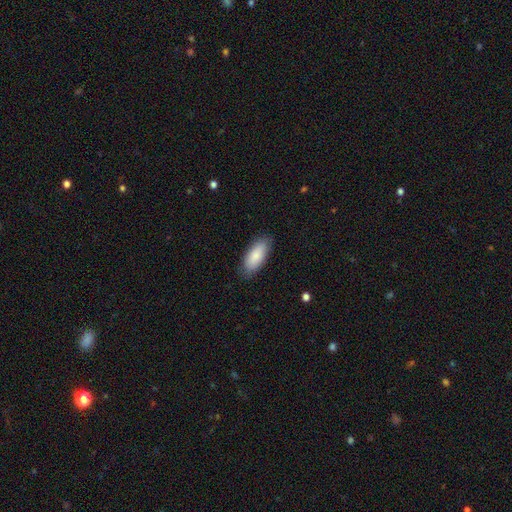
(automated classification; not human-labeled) smooth_or_featured: smooth (p=0.85) [alt: featured or disk p=0.10]
how_rounded: in between (p=0.84) [alt: cigar-shaped p=0.14]
merging: none (p=0.83) [alt: minor disturbance p=0.13]